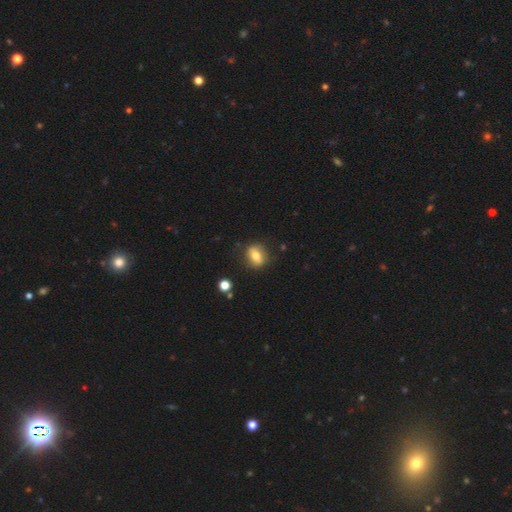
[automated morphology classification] A smooth galaxy with no disk features (65%) that is in between round and cigar-shaped (57%). Merging: none (81%).